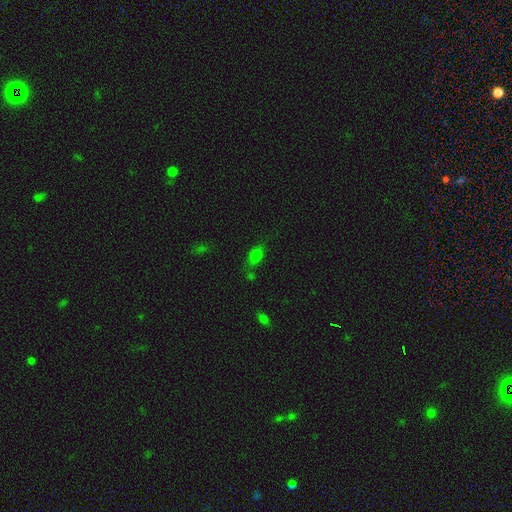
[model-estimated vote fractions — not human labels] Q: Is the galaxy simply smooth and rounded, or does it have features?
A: smooth — 72%.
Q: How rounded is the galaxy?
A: in between — 74%.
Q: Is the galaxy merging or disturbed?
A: none — 67%.